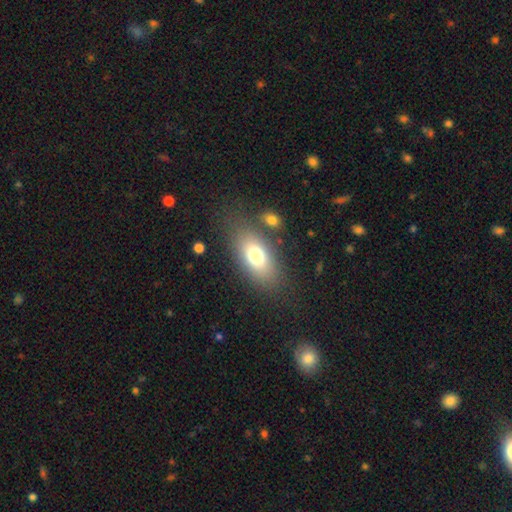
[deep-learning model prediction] A smooth galaxy with no disk features (72%) that is in between round and cigar-shaped (85%). Merging: none (72%).